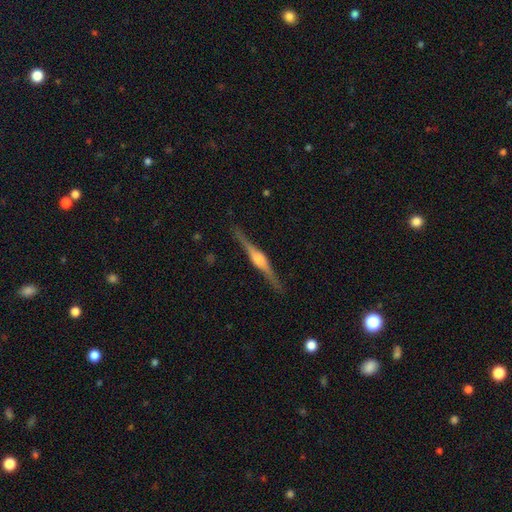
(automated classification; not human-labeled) smooth_or_featured: featured or disk (p=0.87) [alt: smooth p=0.09]
disk_edge_on: yes (p=0.98) [alt: no p=0.02]
edge_on_bulge: rounded (p=0.87) [alt: boxy p=0.10]
merging: none (p=0.91) [alt: minor disturbance p=0.07]